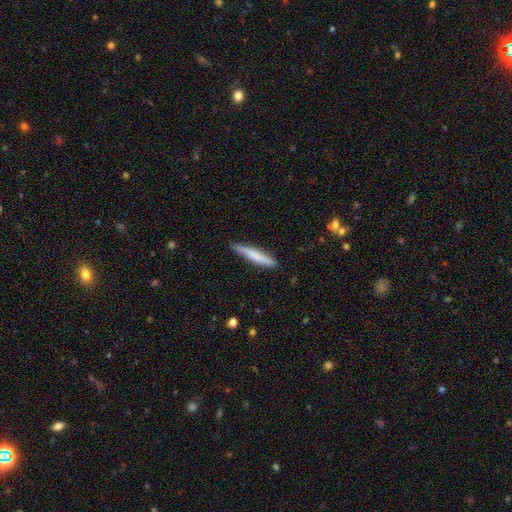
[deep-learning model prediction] Q: Smooth or featured?
A: smooth (70%); runner-up: featured or disk (24%)
Q: How rounded?
A: cigar-shaped (94%); runner-up: in between (5%)
Q: Merging?
A: none (85%); runner-up: minor disturbance (12%)